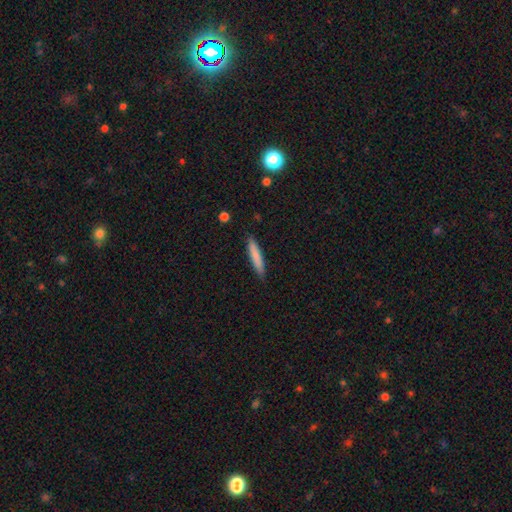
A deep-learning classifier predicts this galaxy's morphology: smooth_or_featured: smooth (p=0.81) [alt: featured or disk p=0.13]
how_rounded: cigar-shaped (p=0.90) [alt: in between p=0.08]
merging: none (p=0.88) [alt: minor disturbance p=0.09]